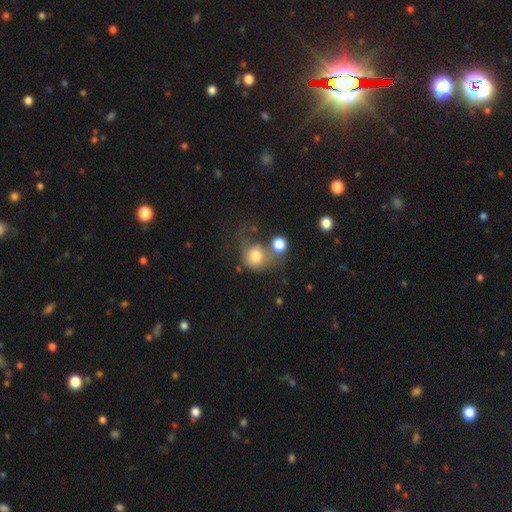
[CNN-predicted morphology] Smooth or featured: smooth — 73% (featured or disk — 16%)
How rounded: round — 70% (in between — 29%)
Merging: merger — 35% (major disturbance — 25%)